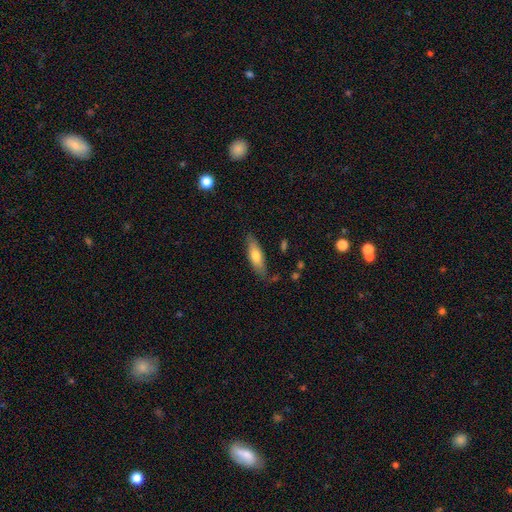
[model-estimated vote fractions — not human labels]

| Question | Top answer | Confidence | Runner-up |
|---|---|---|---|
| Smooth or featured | smooth | 64% | featured or disk (30%) |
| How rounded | in between | 52% | cigar-shaped (45%) |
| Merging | none | 76% | minor disturbance (18%) |